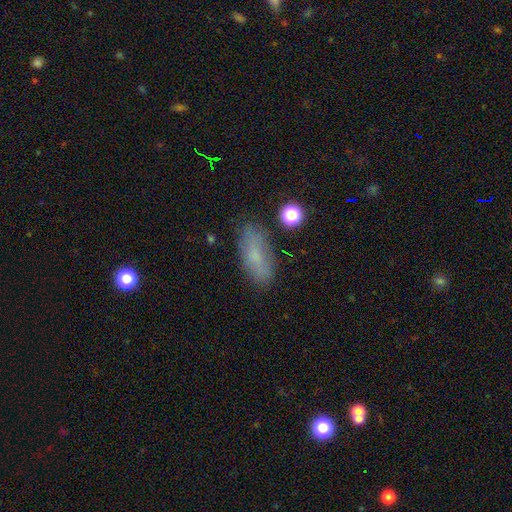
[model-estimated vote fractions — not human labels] Smooth or featured?
  - smooth: 71% *
  - featured or disk: 18%
  - star or artifact: 10%
How rounded?
  - in between: 76% *
  - cigar-shaped: 21%
  - round: 3%
Merging?
  - none: 77% *
  - minor disturbance: 16%
  - major disturbance: 4%
  - merger: 3%